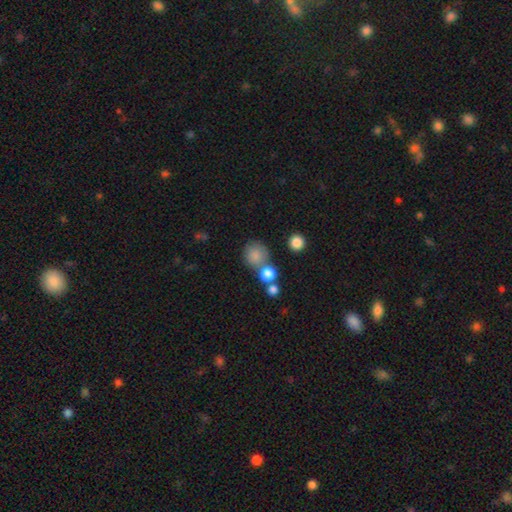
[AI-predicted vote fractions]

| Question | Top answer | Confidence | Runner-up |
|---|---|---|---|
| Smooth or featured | smooth | 81% | star or artifact (11%) |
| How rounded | round | 87% | in between (12%) |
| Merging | none | 59% | merger (23%) |